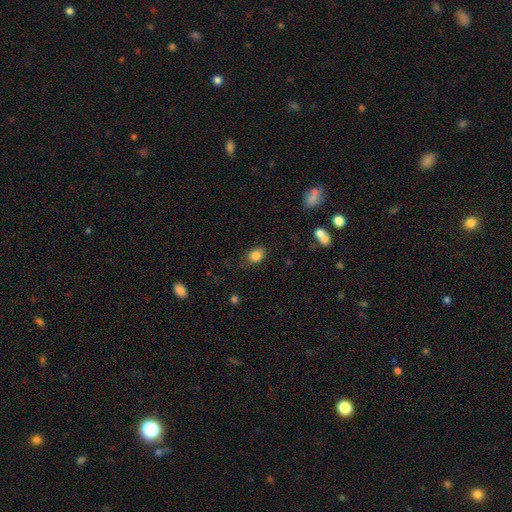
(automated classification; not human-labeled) This is clearly a smooth galaxy (84%). How rounded: likely in between (66%). Merging: likely none (75%).